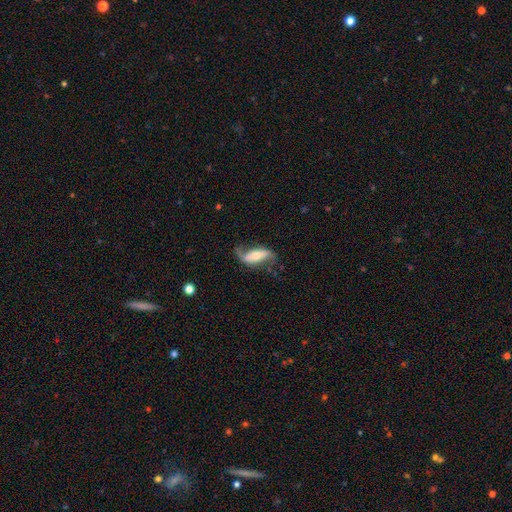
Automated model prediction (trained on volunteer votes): Overall: featured or disk (80%). Edge-on disk: no (90%). Bar: strong (41%; no 30%). Spiral arms: yes (93%). Spiral arm count: 2 (88%). Spiral winding: loose (76%). Bulge size: moderate (50%; small 40%). Merging: none (66%).